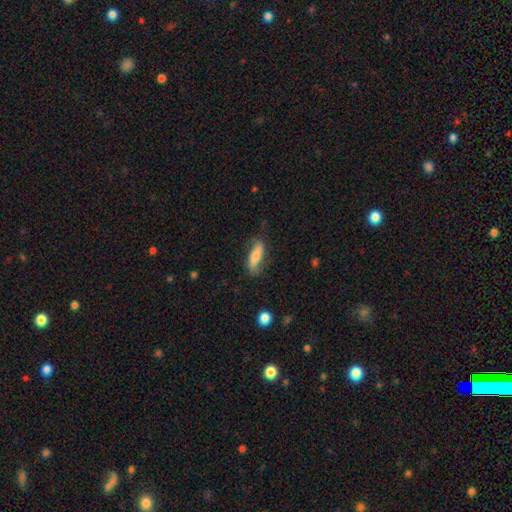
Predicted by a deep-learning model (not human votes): This appears to be a smooth galaxy with no disk features (63%) that is in between round and cigar-shaped (50%). Merging: none (71%).